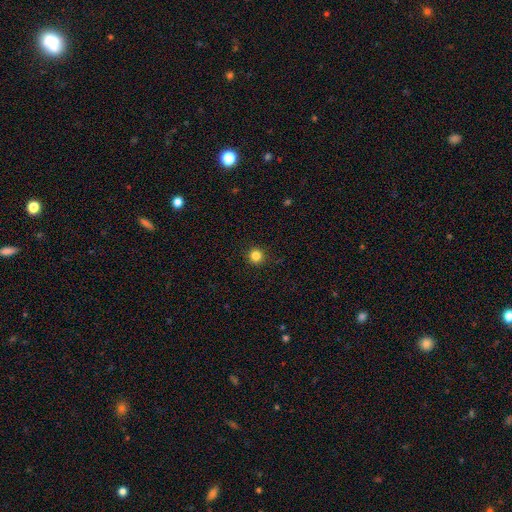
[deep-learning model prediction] Smooth or featured?
  - smooth: 83% *
  - star or artifact: 12%
  - featured or disk: 4%
How rounded?
  - round: 96% *
  - in between: 3%
  - cigar-shaped: 1%
Merging?
  - none: 92% *
  - minor disturbance: 5%
  - major disturbance: 2%
  - merger: 1%